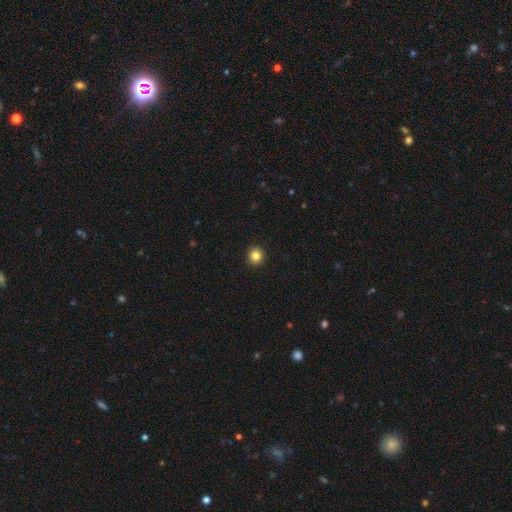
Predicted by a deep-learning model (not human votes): Morphology: type=smooth (84%); roundness=round (92%); merging=none (93%).